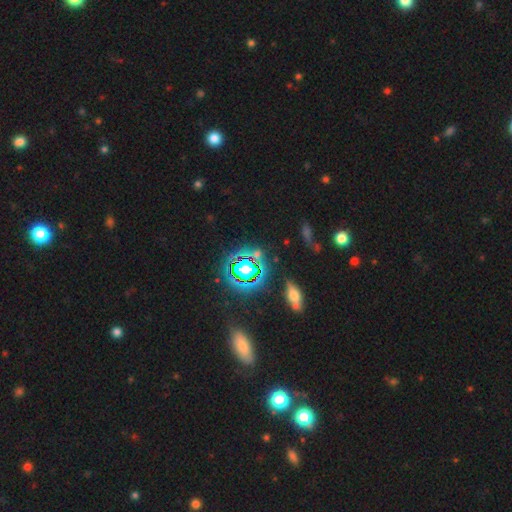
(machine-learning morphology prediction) Smooth or featured? Predicted: star or artifact (p=0.65).